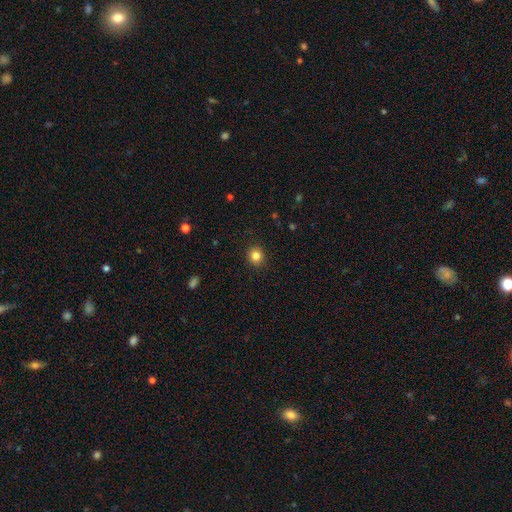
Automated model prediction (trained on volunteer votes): A smooth galaxy with no disk features (83%) that is round (87%).

Vote fractions:
- Smooth or featured? smooth: 83% / star or artifact: 12% / featured or disk: 5%
- How rounded? round: 87% / in between: 12% / cigar-shaped: 1%
- Merging? none: 92% / minor disturbance: 5% / major disturbance: 2% / merger: 1%